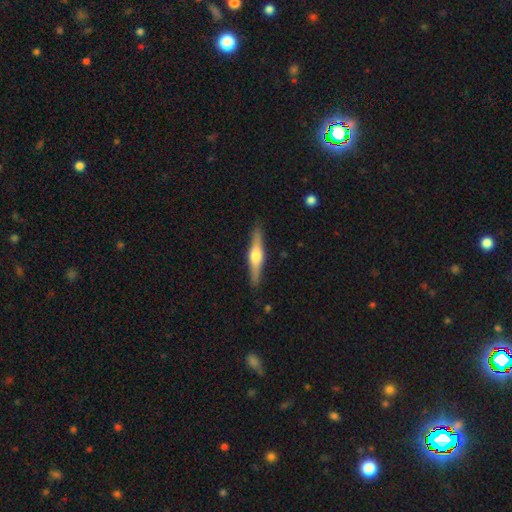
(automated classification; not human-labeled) The model was most divided on "smooth or featured": featured or disk: 66%, smooth: 28%, star or artifact: 5%. More confident: edge-on disk — yes (97%); edge-on bulge — rounded (91%); merging — none (89%).